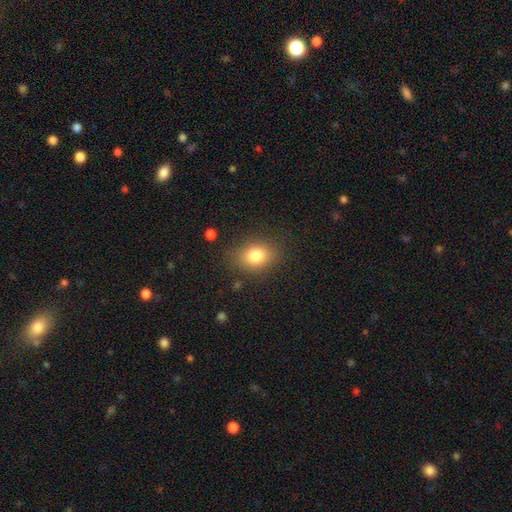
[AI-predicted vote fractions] smooth-or-featured: smooth: 80% | star or artifact: 11% | featured or disk: 9%
  how-rounded: in between: 59% | round: 39% | cigar-shaped: 1%
  merging: none: 83% | minor disturbance: 12% | major disturbance: 4% | merger: 2%